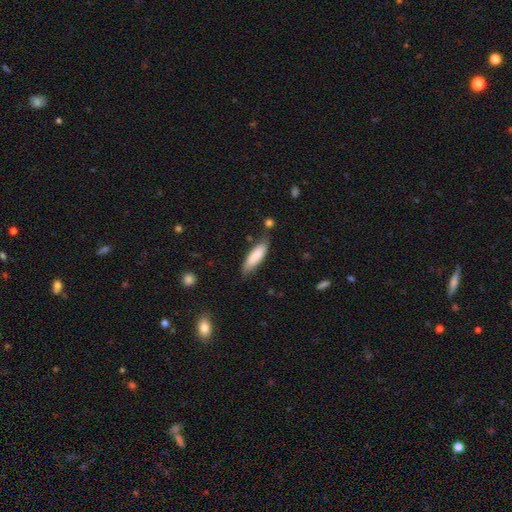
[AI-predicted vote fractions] Smooth or featured?
  - smooth: 82% *
  - featured or disk: 12%
  - star or artifact: 6%
How rounded?
  - cigar-shaped: 56% *
  - in between: 43%
  - round: 1%
Merging?
  - none: 74% *
  - minor disturbance: 19%
  - merger: 4%
  - major disturbance: 4%